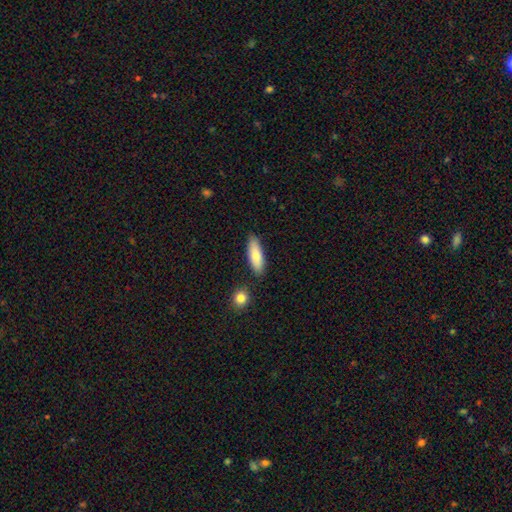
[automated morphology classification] A smooth galaxy with no disk features (82%) that is in between round and cigar-shaped (60%).

Vote fractions:
- Smooth or featured? smooth: 82% / featured or disk: 13% / star or artifact: 6%
- How rounded? in between: 60% / cigar-shaped: 38% / round: 2%
- Merging? none: 84% / minor disturbance: 11% / merger: 3% / major disturbance: 2%